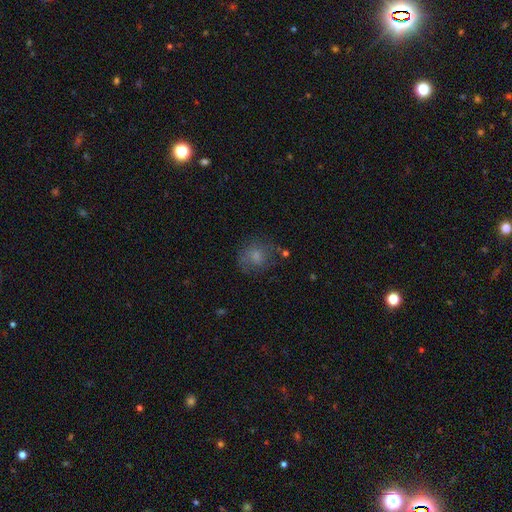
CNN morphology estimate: The model was most divided on "merging": none: 63%, minor disturbance: 21%, major disturbance: 12%, merger: 4%. More confident: how rounded — round (73%); smooth or featured — smooth (70%).